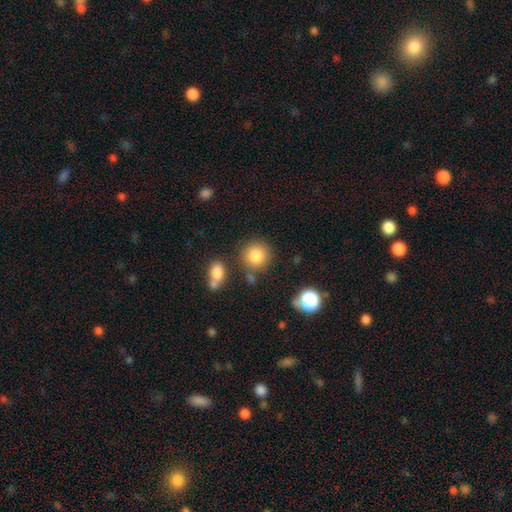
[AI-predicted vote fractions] smooth-or-featured: smooth: 84% | star or artifact: 10% | featured or disk: 6%
  how-rounded: round: 90% | in between: 9% | cigar-shaped: 1%
  merging: none: 77% | minor disturbance: 11% | merger: 8% | major disturbance: 4%